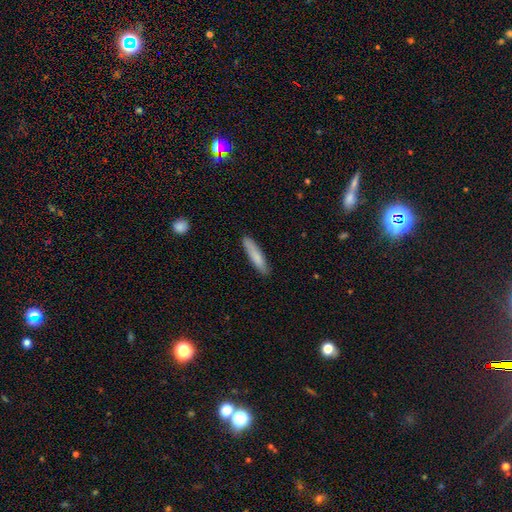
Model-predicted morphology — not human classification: type=smooth (81%); roundness=cigar-shaped (85%); merging=none (86%).